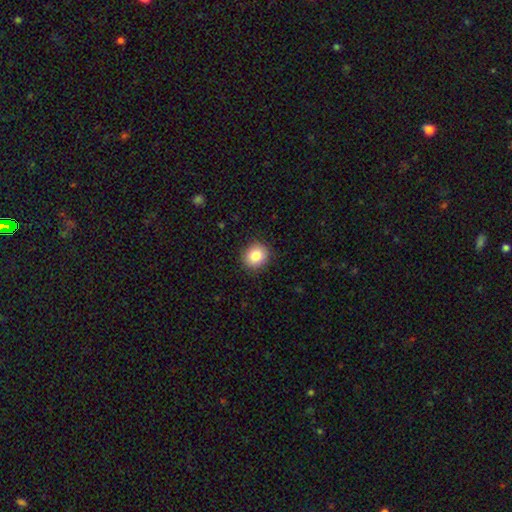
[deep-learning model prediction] Smooth or featured? smooth (86%)
How rounded? round (81%)
Merging? none (90%)